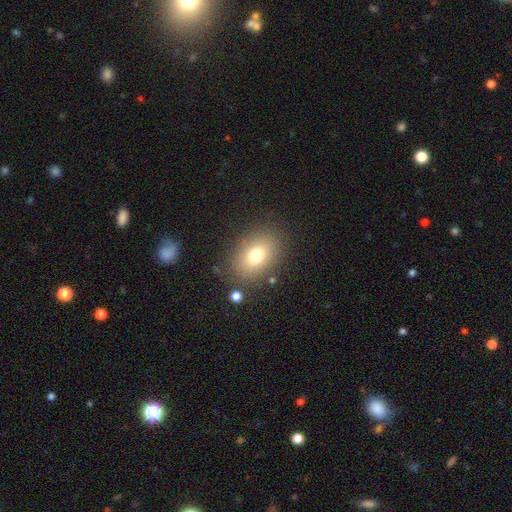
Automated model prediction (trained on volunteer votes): This appears to be a smooth galaxy with no disk features (75%) that is in between round and cigar-shaped (76%). Merging: none (82%).